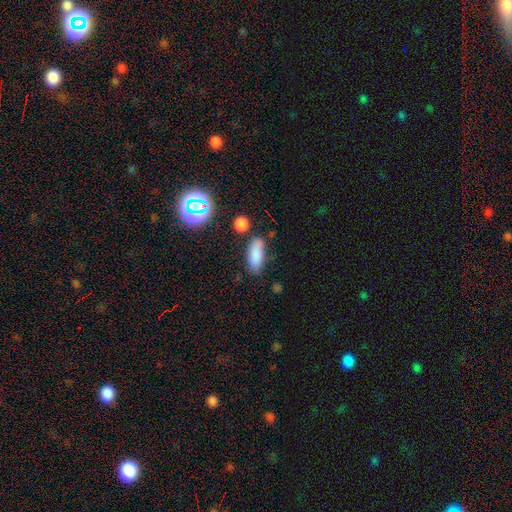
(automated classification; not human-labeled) smooth_or_featured: smooth (p=0.81) [alt: star or artifact p=0.11]
how_rounded: in between (p=0.71) [alt: cigar-shaped p=0.25]
merging: none (p=0.72) [alt: minor disturbance p=0.17]